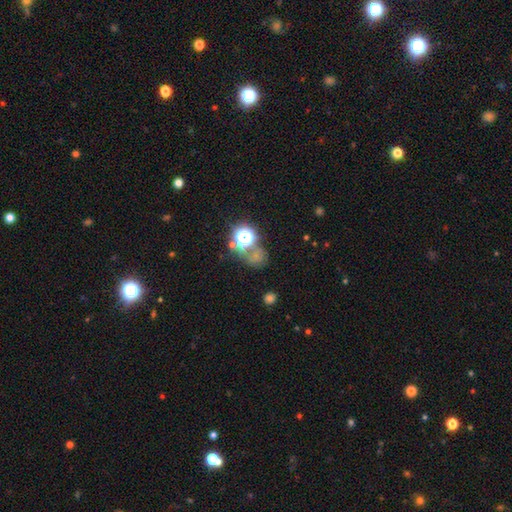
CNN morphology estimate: smooth-or-featured: smooth: 45% | star or artifact: 40% | featured or disk: 15%
  merging: none: 49% | major disturbance: 20% | merger: 16% | minor disturbance: 15%